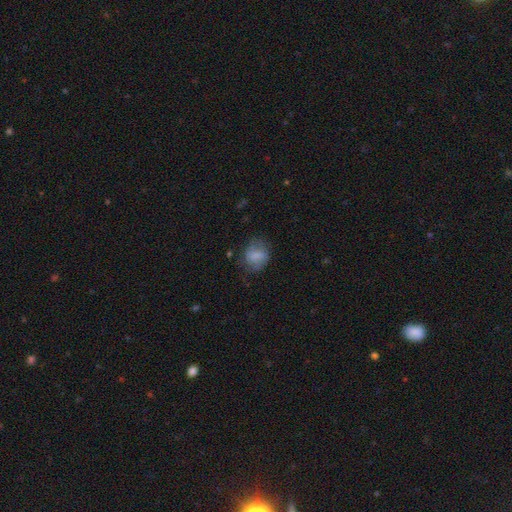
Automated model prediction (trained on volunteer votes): Smooth or featured? smooth (71%)
How rounded? round (54%)
Merging? none (59%)